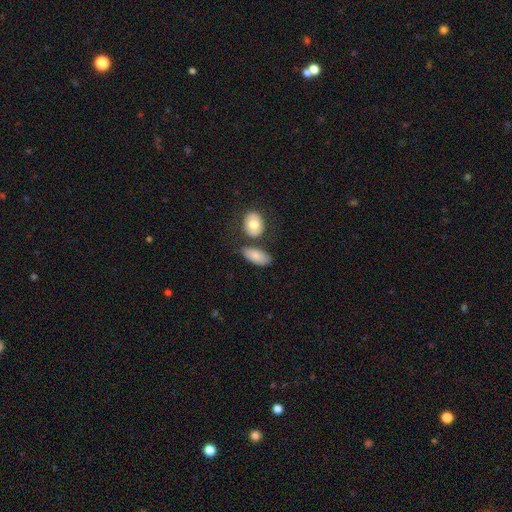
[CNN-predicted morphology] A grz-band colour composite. It shows a smooth galaxy with no disk features (81%) that is in between round and cigar-shaped (88%). Merging: none (62%).